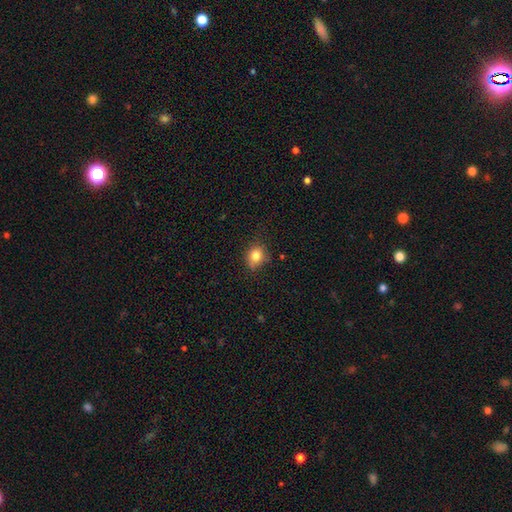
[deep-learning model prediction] smooth_or_featured: smooth (p=0.82) [alt: star or artifact p=0.11]
how_rounded: round (p=0.68) [alt: in between p=0.31]
merging: none (p=0.72) [alt: minor disturbance p=0.21]